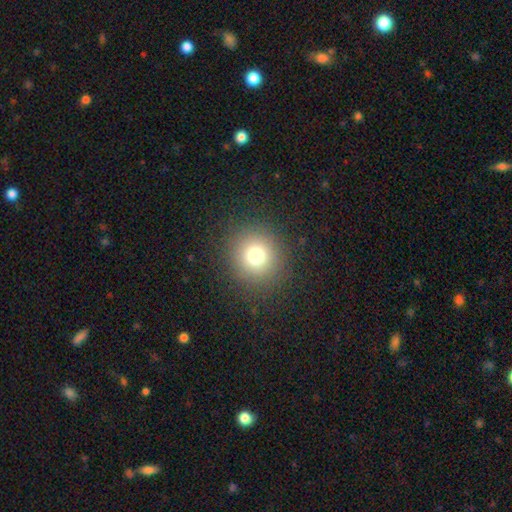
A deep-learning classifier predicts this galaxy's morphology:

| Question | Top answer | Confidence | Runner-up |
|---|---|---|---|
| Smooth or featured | smooth | 74% | star or artifact (16%) |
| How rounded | round | 93% | in between (6%) |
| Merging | none | 89% | minor disturbance (6%) |